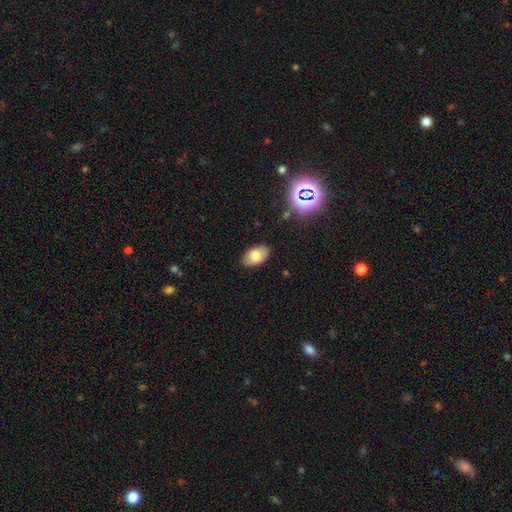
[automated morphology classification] Smooth or featured?
  - smooth: 77% *
  - featured or disk: 14%
  - star or artifact: 9%
How rounded?
  - in between: 92% *
  - round: 6%
  - cigar-shaped: 1%
Merging?
  - none: 86% *
  - minor disturbance: 11%
  - major disturbance: 2%
  - merger: 1%